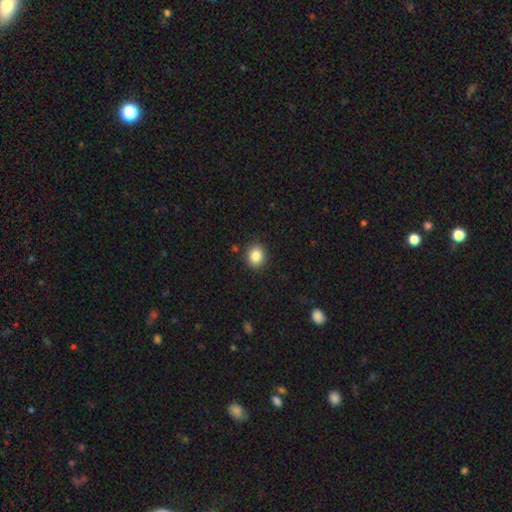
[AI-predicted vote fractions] A smooth galaxy with no disk features (85%) that is round (69%). Merging: none (88%).